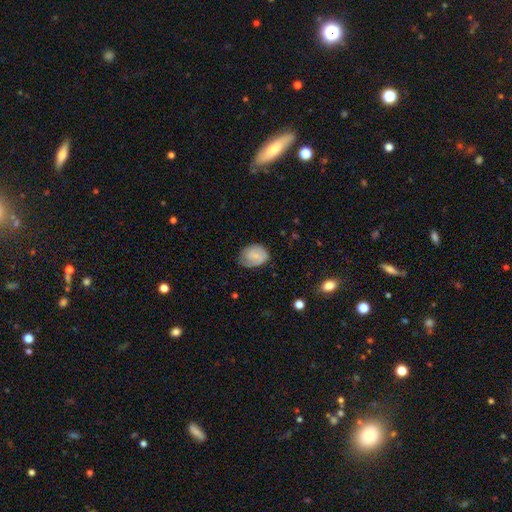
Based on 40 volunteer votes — smooth-or-featured: smooth: 55% | featured or disk: 35% | star or artifact: 10%
  how-rounded: round: 55% | in between: 45% | cigar-shaped: 0%
  merging: none: 50% | minor disturbance: 36% | major disturbance: 11% | merger: 3%